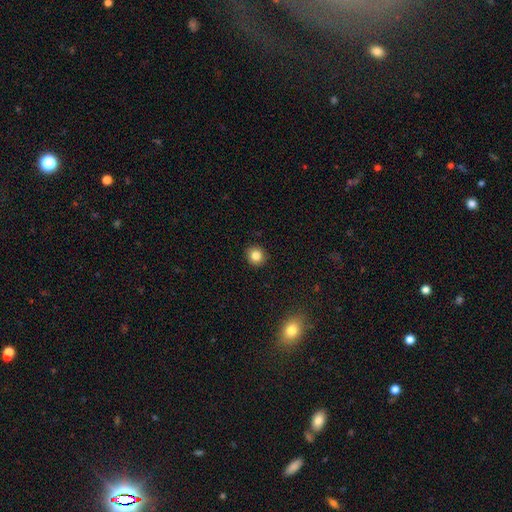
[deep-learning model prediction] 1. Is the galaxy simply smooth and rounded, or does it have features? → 83% smooth, 11% star or artifact, 6% featured or disk.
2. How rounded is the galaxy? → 91% round, 8% in between, 1% cigar-shaped.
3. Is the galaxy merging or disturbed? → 92% none, 5% minor disturbance, 2% major disturbance, 1% merger.